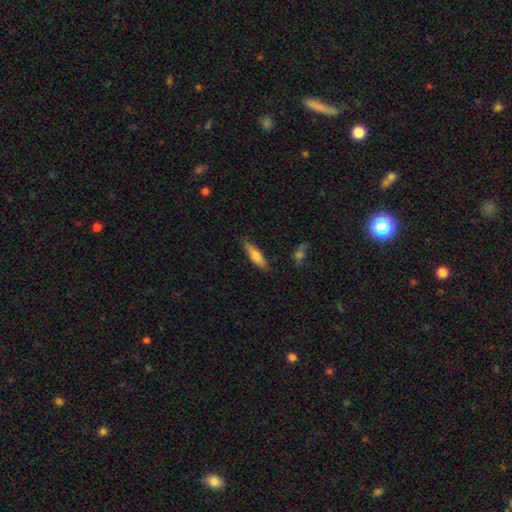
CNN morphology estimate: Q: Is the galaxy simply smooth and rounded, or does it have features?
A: smooth — 69%.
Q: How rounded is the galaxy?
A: cigar-shaped — 72%.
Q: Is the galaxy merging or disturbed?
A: none — 84%.